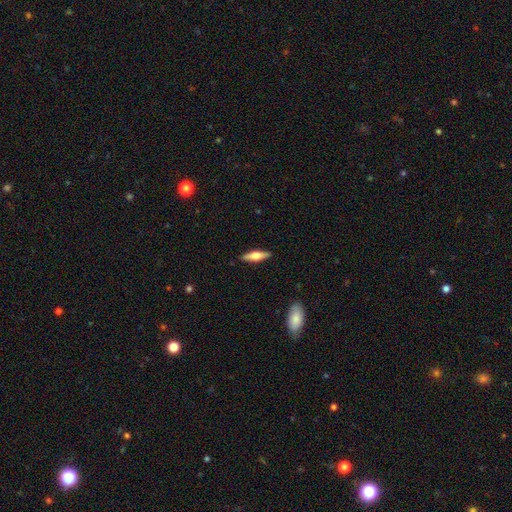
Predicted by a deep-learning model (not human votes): Overall: featured or disk (51%; smooth 43%). Edge-on disk: yes (94%). Merging: none (90%).